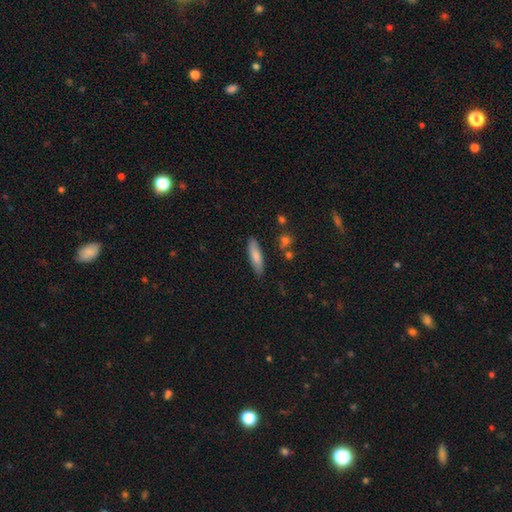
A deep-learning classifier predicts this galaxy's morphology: smooth_or_featured: smooth (p=0.79) [alt: featured or disk p=0.15]
how_rounded: cigar-shaped (p=0.61) [alt: in between p=0.37]
merging: none (p=0.84) [alt: minor disturbance p=0.11]